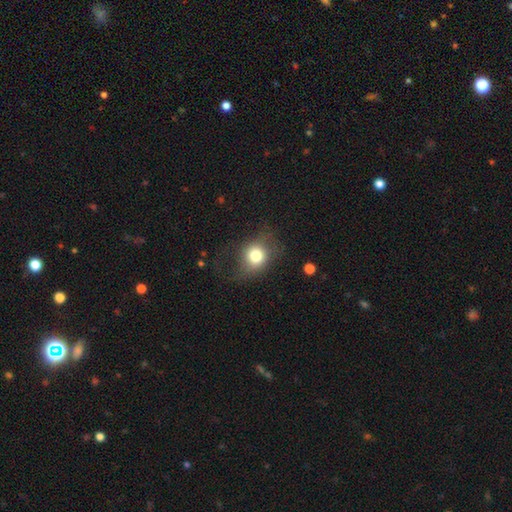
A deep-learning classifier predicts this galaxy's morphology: smooth_or_featured: smooth (p=0.74) [alt: featured or disk p=0.15]
how_rounded: round (p=0.66) [alt: in between p=0.33]
merging: none (p=0.54) [alt: minor disturbance p=0.23]